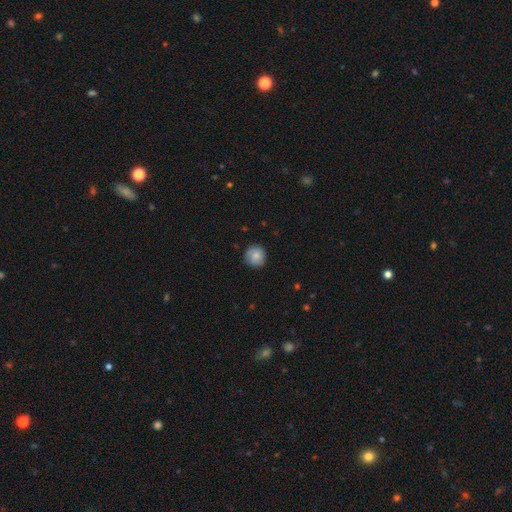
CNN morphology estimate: This is likely a smooth galaxy (78%). How rounded: clearly round (94%). Merging: clearly none (85%).